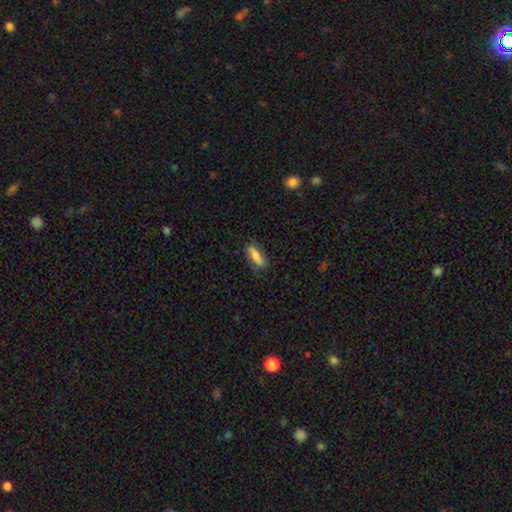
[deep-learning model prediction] Smooth or featured?
  - smooth: 81% *
  - featured or disk: 13%
  - star or artifact: 7%
How rounded?
  - in between: 65% *
  - cigar-shaped: 33%
  - round: 2%
Merging?
  - none: 79% *
  - minor disturbance: 16%
  - major disturbance: 4%
  - merger: 1%